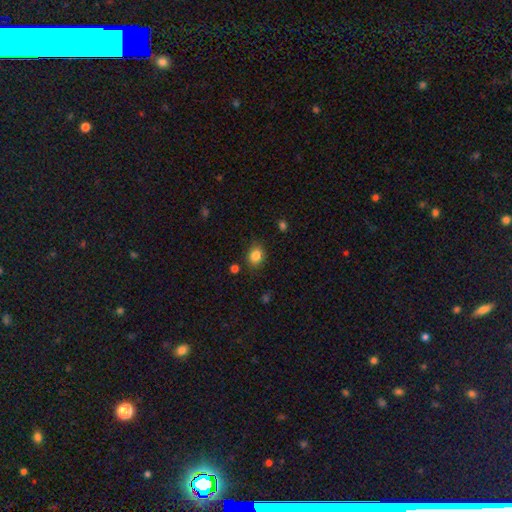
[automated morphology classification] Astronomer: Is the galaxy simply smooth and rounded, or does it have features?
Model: smooth — 85%.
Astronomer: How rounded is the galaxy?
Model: round — 57% (runner-up: in between, 43%).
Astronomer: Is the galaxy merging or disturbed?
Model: none — 82%.